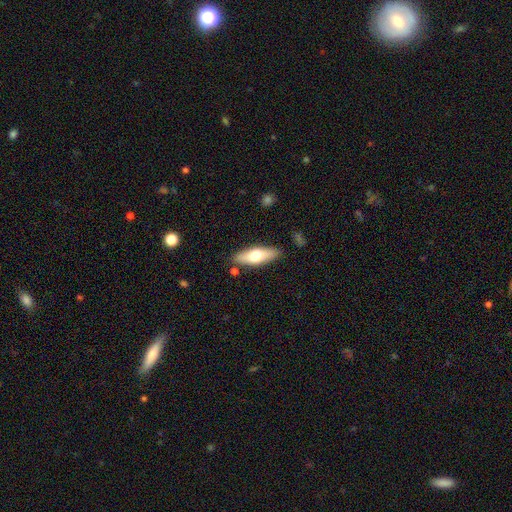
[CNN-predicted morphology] A smooth galaxy with no disk features (60%) that is in between round and cigar-shaped (55%). Merging: none (85%).